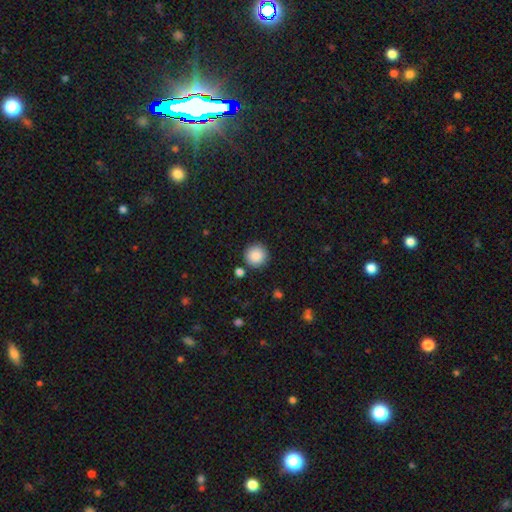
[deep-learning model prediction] Smooth or featured?
  - smooth: 88% *
  - star or artifact: 9%
  - featured or disk: 3%
How rounded?
  - round: 95% *
  - in between: 4%
  - cigar-shaped: 1%
Merging?
  - none: 88% *
  - minor disturbance: 7%
  - merger: 3%
  - major disturbance: 2%